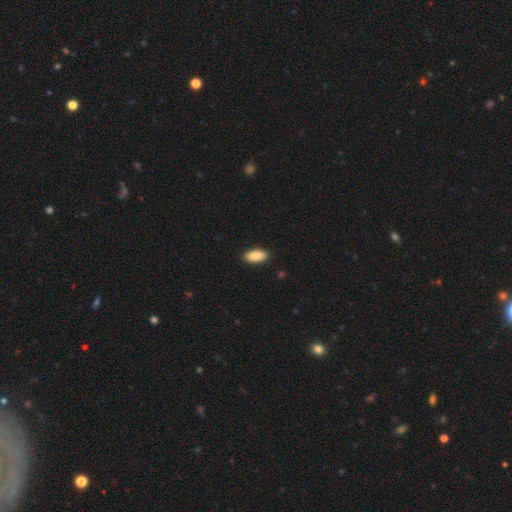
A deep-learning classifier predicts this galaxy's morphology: A smooth galaxy with no disk features (89%) that is in between round and cigar-shaped (90%). Merging: none (89%).